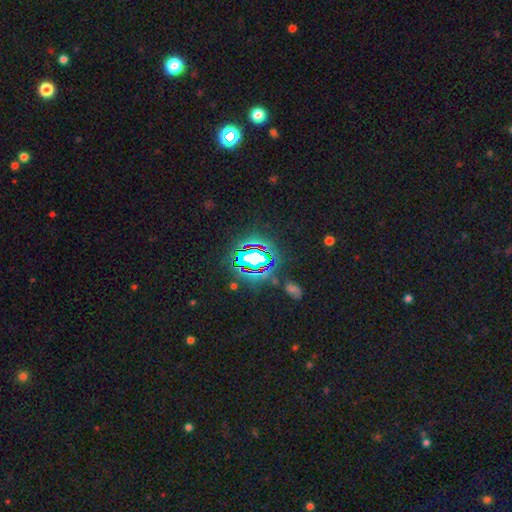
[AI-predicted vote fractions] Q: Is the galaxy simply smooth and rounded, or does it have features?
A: star or artifact — 75%.